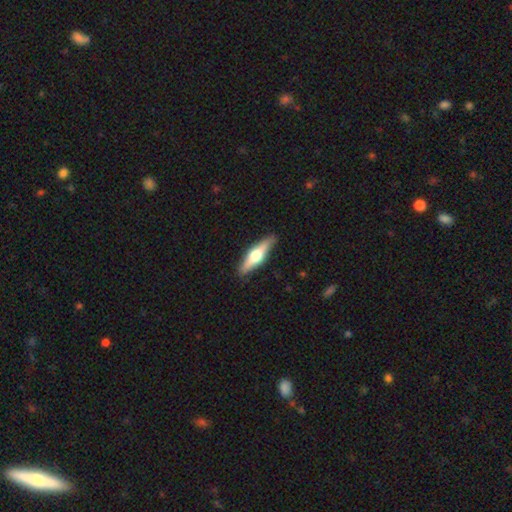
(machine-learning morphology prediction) smooth_or_featured: featured or disk (p=0.58) [alt: smooth p=0.36]
disk_edge_on: yes (p=0.94) [alt: no p=0.06]
edge_on_bulge: rounded (p=0.94) [alt: boxy p=0.04]
merging: none (p=0.88) [alt: minor disturbance p=0.09]